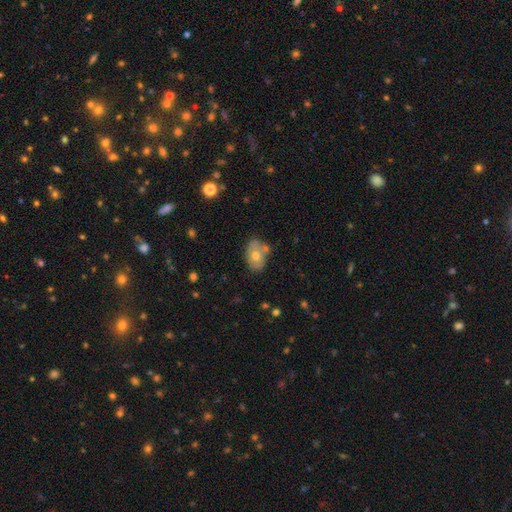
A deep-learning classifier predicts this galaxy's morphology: Smooth or featured? smooth (59%)
How rounded? in between (80%)
Merging? none (65%)